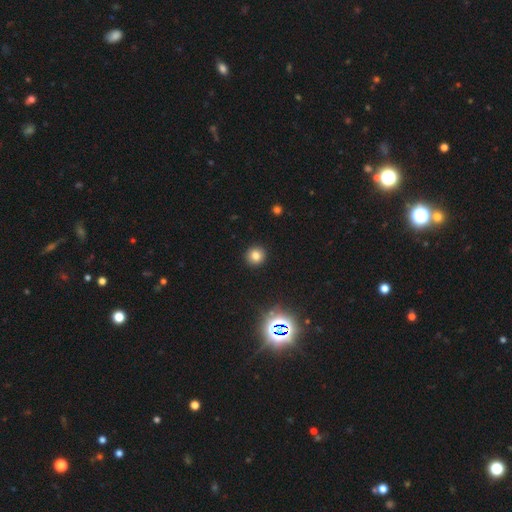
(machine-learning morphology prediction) Overall: smooth (78%). How rounded: round (92%). Merging: none (92%).